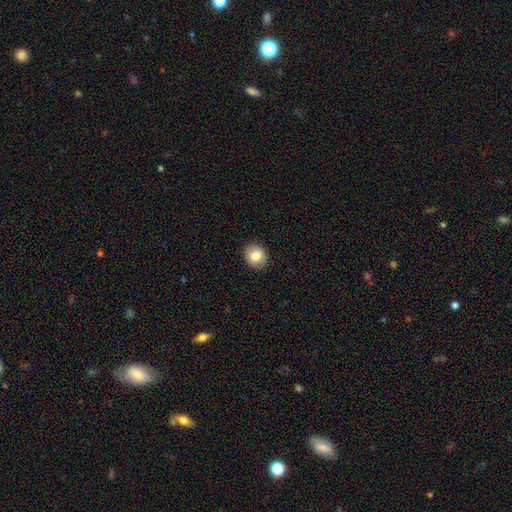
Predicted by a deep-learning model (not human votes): Morphology: type=smooth (78%); roundness=round (60%); merging=none (90%).